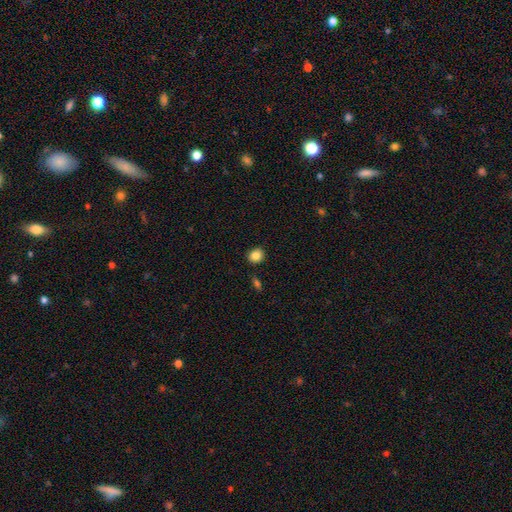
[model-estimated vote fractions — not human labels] Q: Smooth or featured?
A: smooth (85%); runner-up: star or artifact (10%)
Q: How rounded?
A: round (74%); runner-up: in between (25%)
Q: Merging?
A: none (87%); runner-up: minor disturbance (8%)